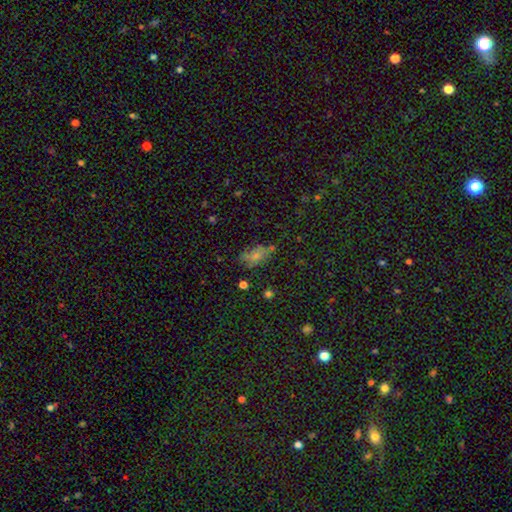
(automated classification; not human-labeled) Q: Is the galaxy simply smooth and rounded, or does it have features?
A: smooth — 65%.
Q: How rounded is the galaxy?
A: in between — 86%.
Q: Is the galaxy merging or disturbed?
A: none — 56%.